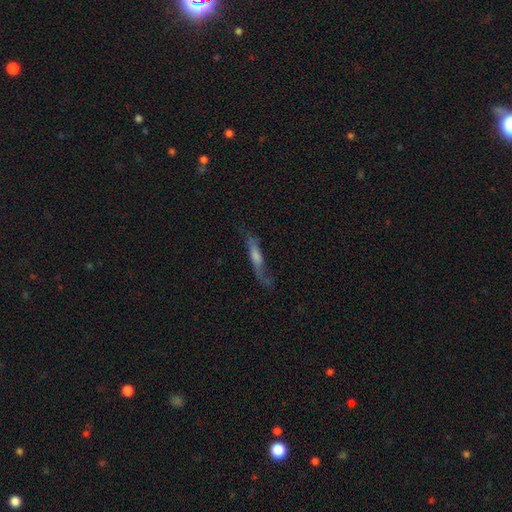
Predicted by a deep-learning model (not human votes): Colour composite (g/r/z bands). It shows a featured or disk galaxy (49%). Merging: none (51%).